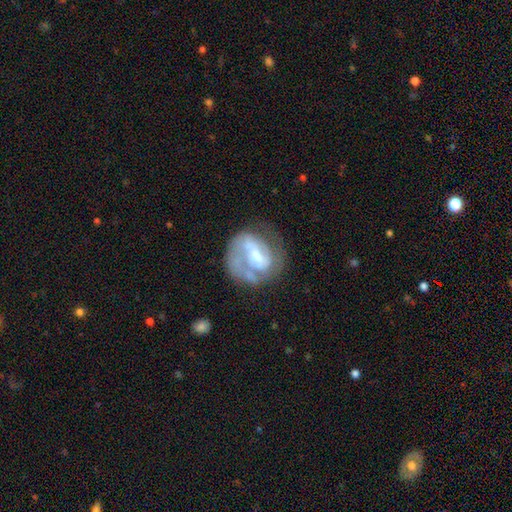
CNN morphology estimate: smooth_or_featured: featured or disk (p=0.73) [alt: smooth p=0.20]
disk_edge_on: no (p=0.97) [alt: yes p=0.03]
bar: weak (p=0.45) [alt: strong p=0.30]
has_spiral_arms: yes (p=0.75) [alt: no p=0.25]
spiral_winding: tight (p=0.45) [alt: medium p=0.38]
spiral_arm_count: 2 (p=0.41) [alt: 1 p=0.25]
bulge_size: moderate (p=0.41) [alt: small p=0.37]
merging: none (p=0.50) [alt: major disturbance p=0.23]